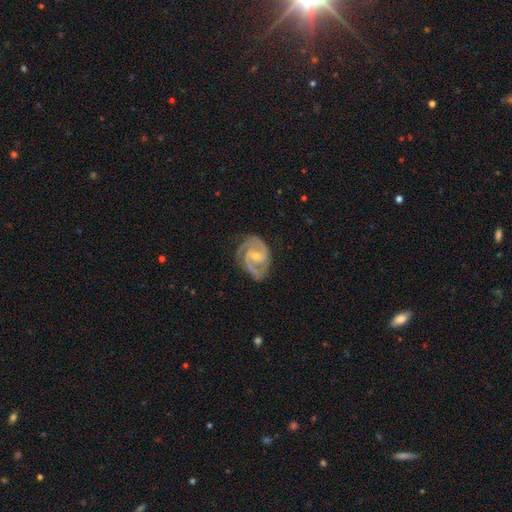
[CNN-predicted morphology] Smooth or featured? featured or disk (91%)
Edge-on disk? no (98%)
Bar? weak (49%)
Spiral arms? yes (98%)
Spiral winding? medium (48%)
Spiral arm count? 2 (62%)
Bulge size? small (55%)
Merging? none (70%)